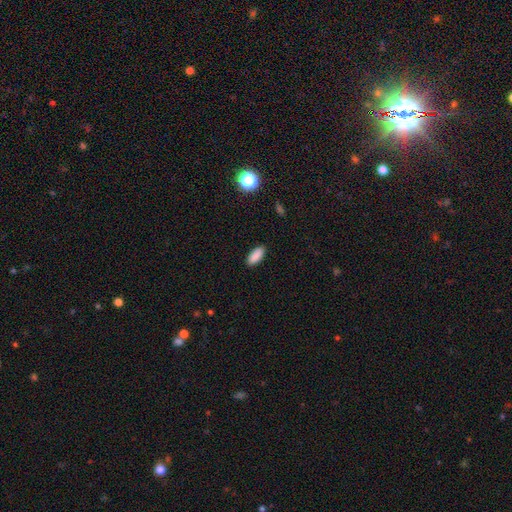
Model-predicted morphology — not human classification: smooth 89%, star or artifact 7%, featured or disk 4%. Down the decision tree: how rounded — in between (82%); merging — none (89%).